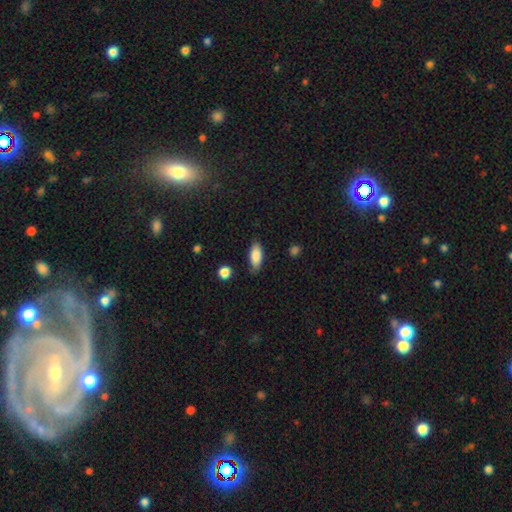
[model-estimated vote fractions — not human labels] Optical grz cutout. It shows a smooth galaxy with no disk features (84%) that is in between round and cigar-shaped (84%). Merging: none (77%).